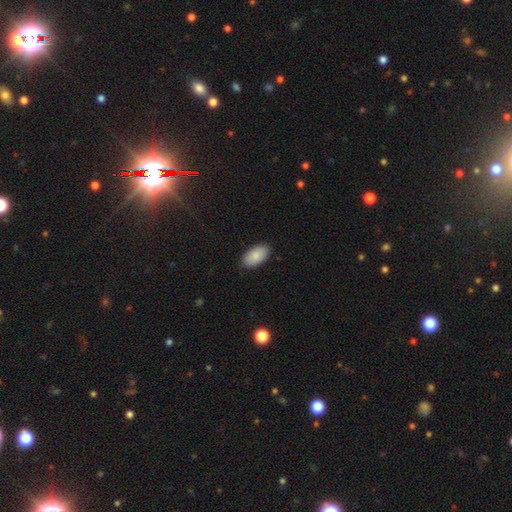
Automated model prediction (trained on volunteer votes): The model was most divided on "merging": none: 88%, minor disturbance: 9%, major disturbance: 2%, merger: 1%. More confident: how rounded — in between (96%); smooth or featured — smooth (87%).